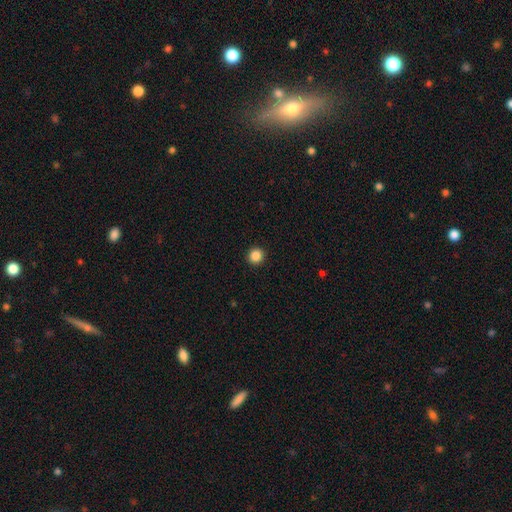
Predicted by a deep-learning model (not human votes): smooth-or-featured: smooth: 86% | star or artifact: 11% | featured or disk: 3%
  how-rounded: round: 93% | in between: 6% | cigar-shaped: 1%
  merging: none: 93% | minor disturbance: 5% | major disturbance: 2% | merger: 1%